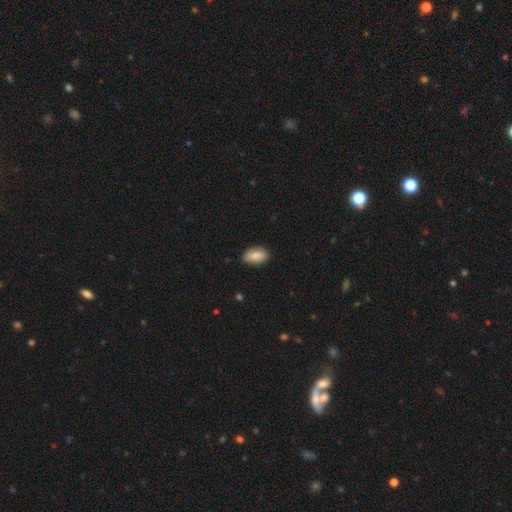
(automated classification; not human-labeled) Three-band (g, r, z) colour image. It shows a smooth galaxy with no disk features (78%) that is in between round and cigar-shaped (91%). Merging: none (79%).